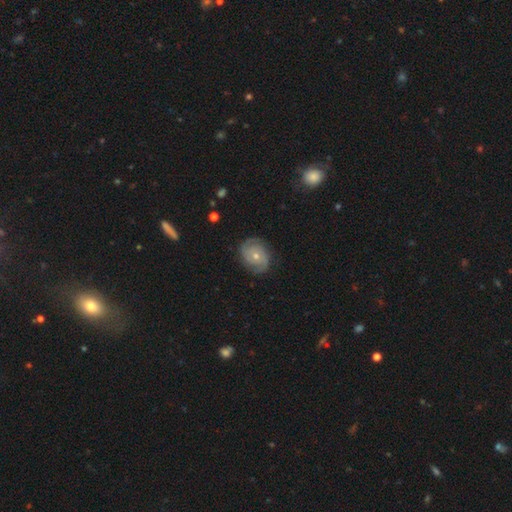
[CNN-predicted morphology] Overall: featured or disk (80%). Edge-on disk: no (98%). Bar: no (78%). Spiral arms: yes (94%). Spiral arm count: 2 (71%). Spiral winding: tight (60%; medium 31%). Bulge size: small (50%; moderate 47%). Merging: none (80%).